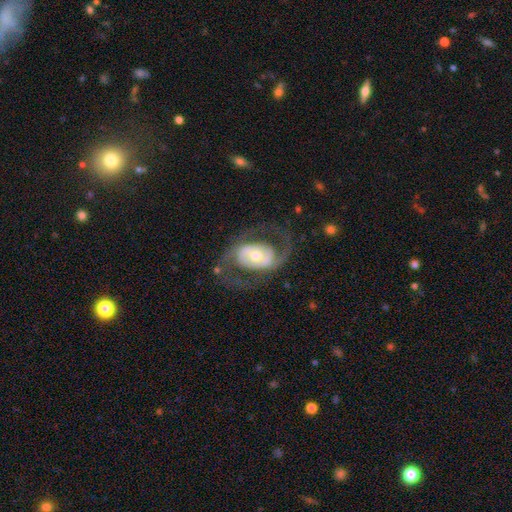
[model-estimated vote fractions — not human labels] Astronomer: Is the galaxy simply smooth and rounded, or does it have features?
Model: featured or disk — 84%.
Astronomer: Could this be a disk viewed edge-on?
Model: no — 96%.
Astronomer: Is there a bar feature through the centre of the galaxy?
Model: no — 50% (runner-up: weak, 32%).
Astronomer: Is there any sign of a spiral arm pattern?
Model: yes — 85%.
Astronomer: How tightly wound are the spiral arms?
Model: medium — 52% (runner-up: loose, 30%).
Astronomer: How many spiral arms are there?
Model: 2 — 89%.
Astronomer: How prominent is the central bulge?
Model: moderate — 63%.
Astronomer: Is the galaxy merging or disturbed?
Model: none — 69%.